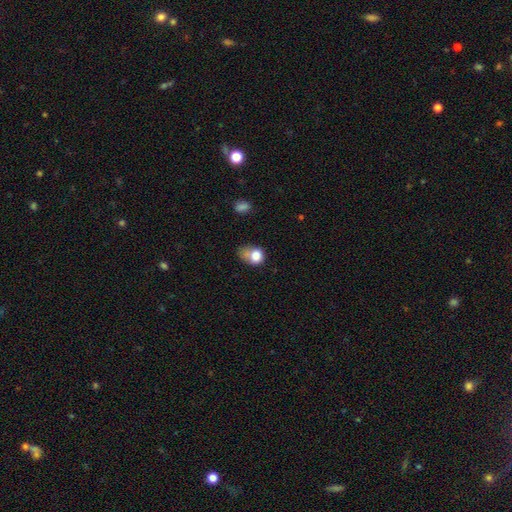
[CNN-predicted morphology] smooth 76%, featured or disk 13%, star or artifact 11%. Down the decision tree: how rounded — in between (55%); merging — minor disturbance (33%).